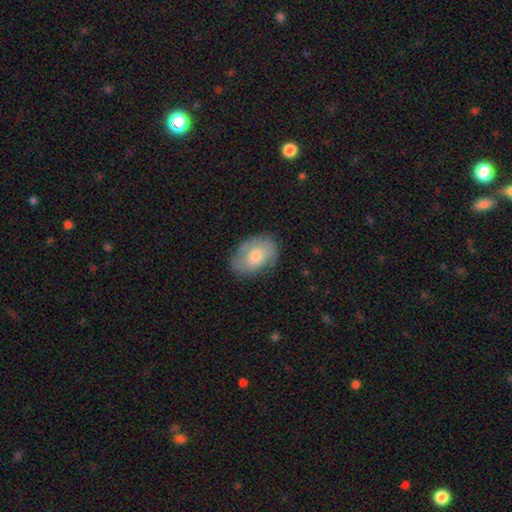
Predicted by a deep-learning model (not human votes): A smooth galaxy with no disk features (63%) that is in between round and cigar-shaped (84%). Merging: none (73%).